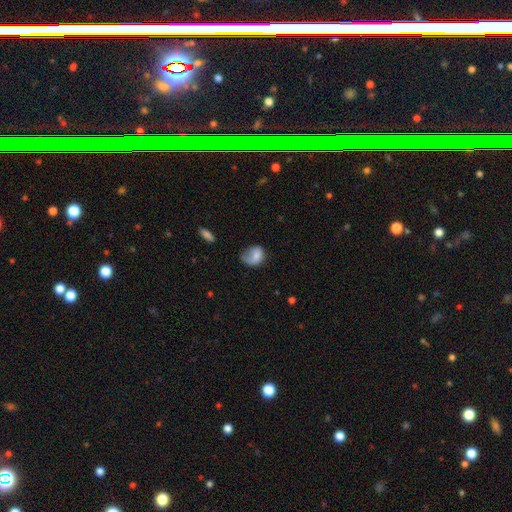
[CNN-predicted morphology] A smooth galaxy with no disk features (73%) that is in between round and cigar-shaped (53%).

Vote fractions:
- Smooth or featured? smooth: 73% / featured or disk: 19% / star or artifact: 8%
- How rounded? in between: 53% / round: 45% / cigar-shaped: 1%
- Merging? none: 36% / minor disturbance: 34% / major disturbance: 27% / merger: 3%